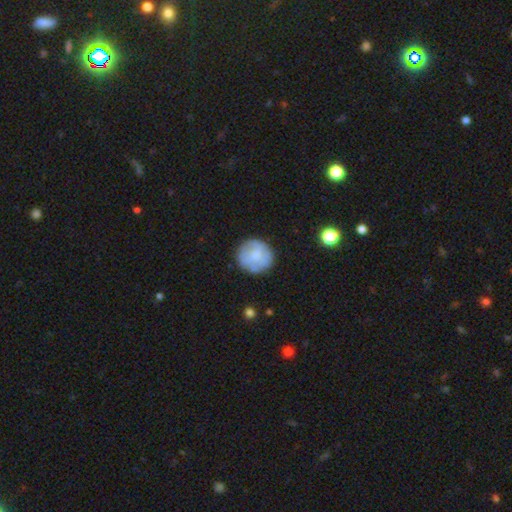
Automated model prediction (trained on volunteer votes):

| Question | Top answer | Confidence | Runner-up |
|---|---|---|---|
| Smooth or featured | smooth | 63% | featured or disk (30%) |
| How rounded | round | 93% | in between (6%) |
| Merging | none | 80% | minor disturbance (14%) |